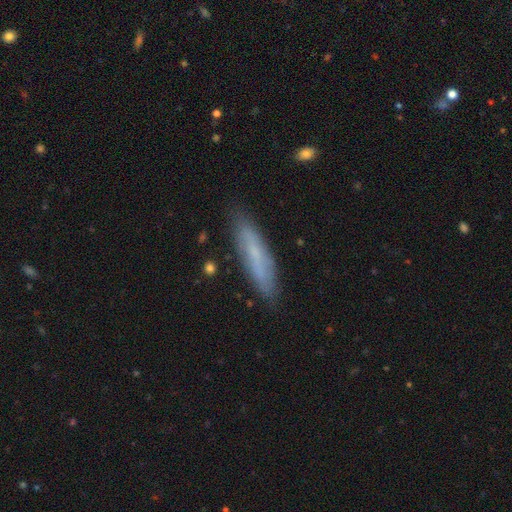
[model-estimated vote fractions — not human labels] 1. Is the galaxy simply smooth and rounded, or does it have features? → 57% smooth, 36% featured or disk, 7% star or artifact.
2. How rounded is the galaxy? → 81% cigar-shaped, 18% in between, 1% round.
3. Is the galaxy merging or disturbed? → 83% none, 13% minor disturbance, 3% major disturbance, 2% merger.